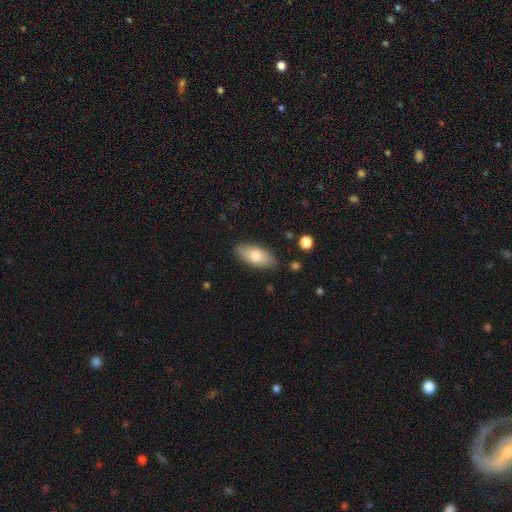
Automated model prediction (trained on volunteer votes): Smooth or featured? smooth (78%)
How rounded? in between (88%)
Merging? none (85%)